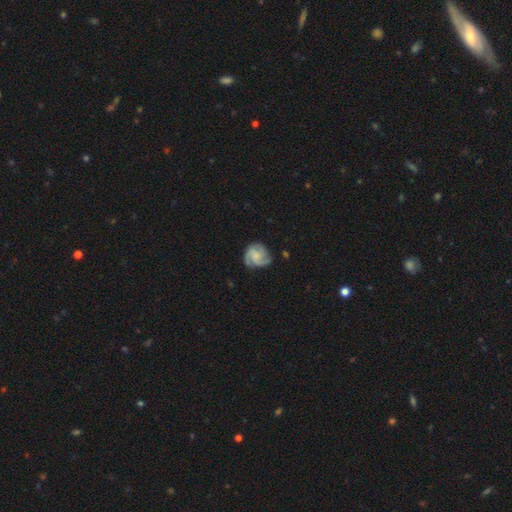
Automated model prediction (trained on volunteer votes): A featured or disk galaxy (75%) with no bar (67%), 3 (65%) medium (44%, tied with tight) spiral arms (96%) and a small central bulge (42%). Merging: none (71%).